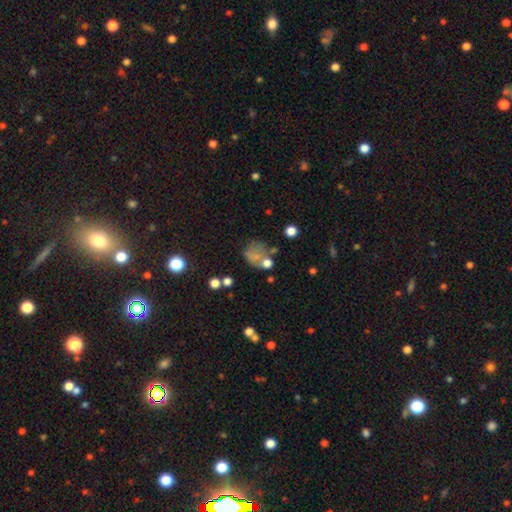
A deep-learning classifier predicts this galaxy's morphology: Smooth or featured: smooth — 65% (featured or disk — 18%)
How rounded: round — 64% (in between — 35%)
Merging: none — 44% (minor disturbance — 22%)